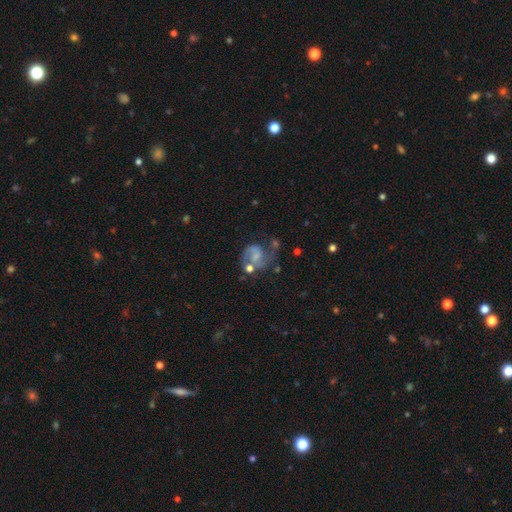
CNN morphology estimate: Smooth or featured? Predicted: featured or disk (p=0.74). Edge-on disk? Predicted: no (p=0.98). Bar? Predicted: no (p=0.50). Spiral arms? Predicted: yes (p=0.91). Spiral winding? Predicted: medium (p=0.51). Spiral arm count? Predicted: 2 (p=0.73). Bulge size? Predicted: none (p=0.40). Merging? Predicted: none (p=0.45).